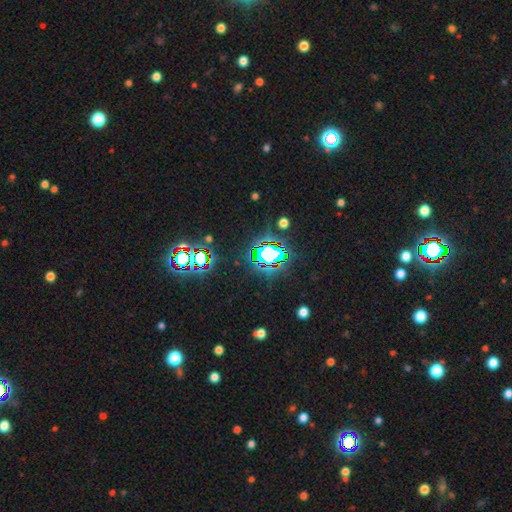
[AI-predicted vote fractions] Morphology: type=star or artifact (82%).